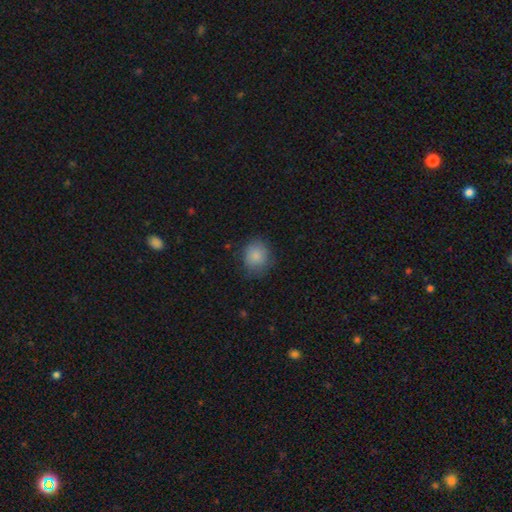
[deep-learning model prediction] Smooth or featured? Predicted: smooth (p=0.85). How rounded? Predicted: round (p=0.80). Merging? Predicted: none (p=0.75).